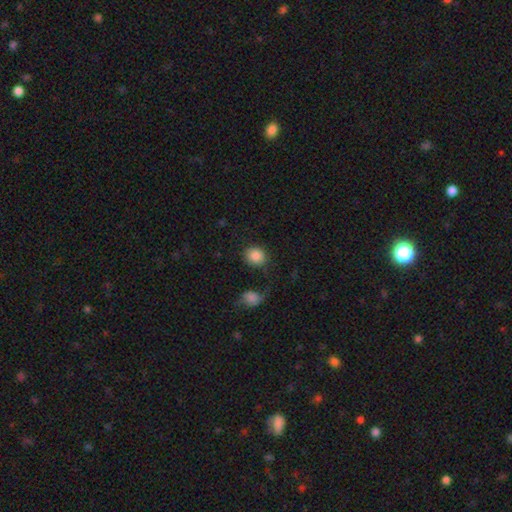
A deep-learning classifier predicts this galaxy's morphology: A smooth galaxy with no disk features (86%) that is round (74%). Merging: none (76%).